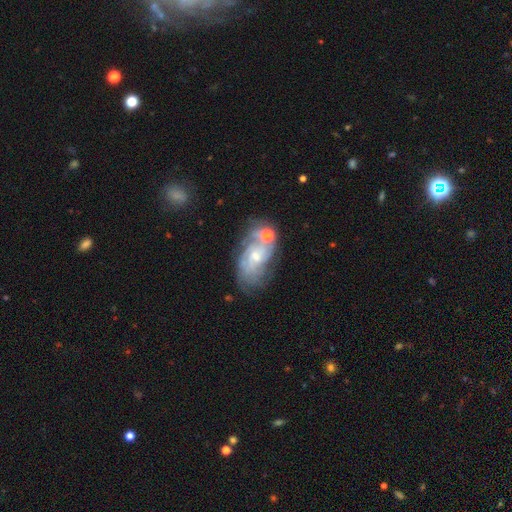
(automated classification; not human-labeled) This appears to be a featured or disk galaxy (73%) with no bar (66%), tight (54%) spiral arms (85%) and a small central bulge (55%). Merging: none (51%).